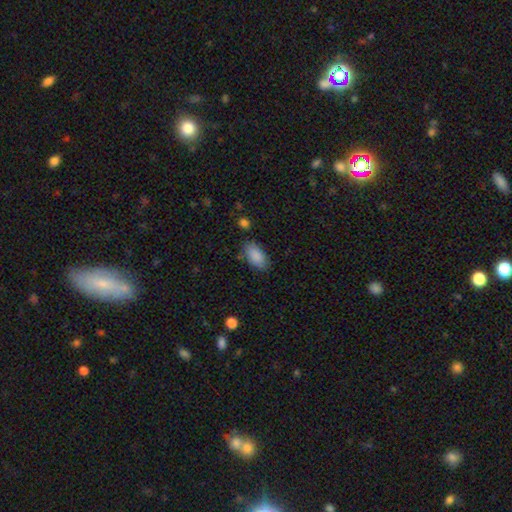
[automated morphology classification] type=smooth (88%); roundness=in between (93%); merging=none (80%).